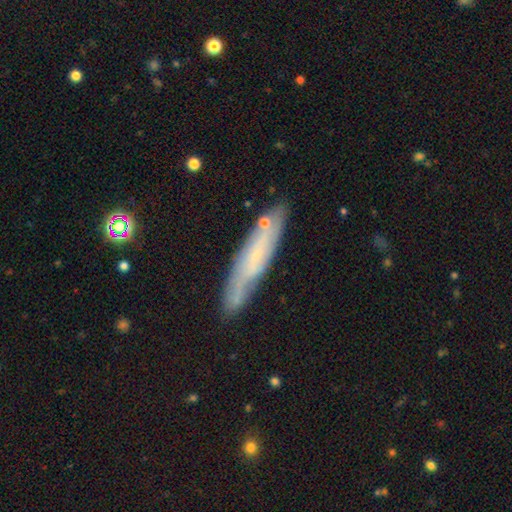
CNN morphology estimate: Smooth or featured? Predicted: featured or disk (p=0.59). Edge-on disk? Predicted: yes (p=0.56). Merging? Predicted: none (p=0.79).